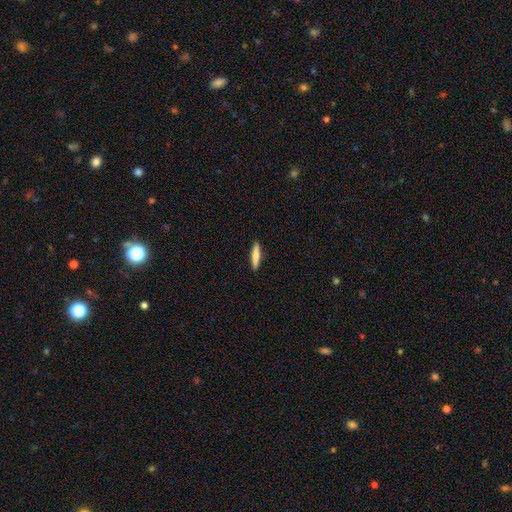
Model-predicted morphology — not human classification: smooth 72%, featured or disk 22%, star or artifact 6%. Down the decision tree: how rounded — cigar-shaped (84%); merging — none (91%).